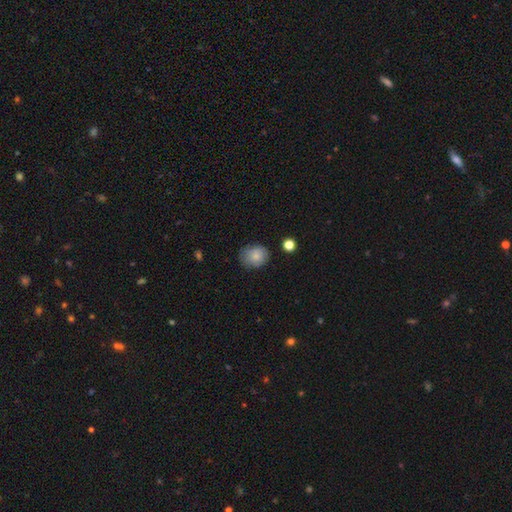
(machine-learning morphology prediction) This is clearly a smooth galaxy (82%). How rounded: possibly round (58%). Merging: likely none (70%).